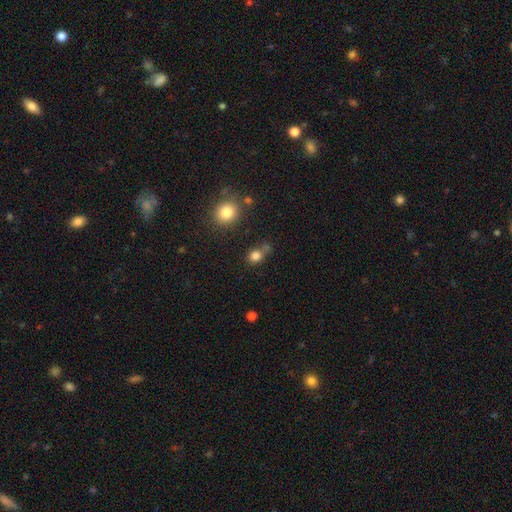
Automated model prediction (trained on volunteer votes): A smooth galaxy with no disk features (81%) that is round (60%).

Vote fractions:
- Smooth or featured? smooth: 81% / star or artifact: 13% / featured or disk: 6%
- How rounded? round: 60% / in between: 39% / cigar-shaped: 1%
- Merging? none: 57% / minor disturbance: 18% / merger: 17% / major disturbance: 7%